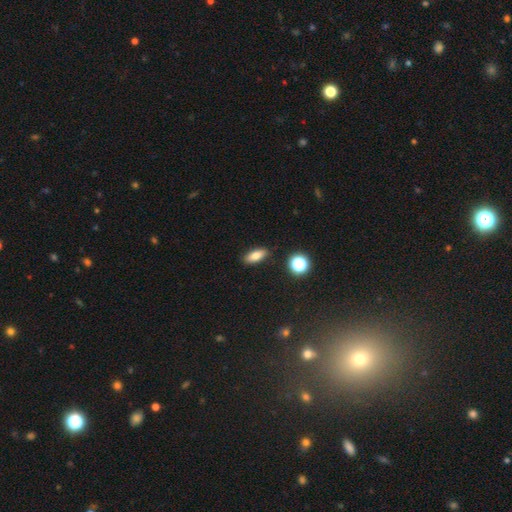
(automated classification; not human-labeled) This is likely a smooth galaxy (80%). How rounded: likely in between (75%). Merging: clearly none (88%).